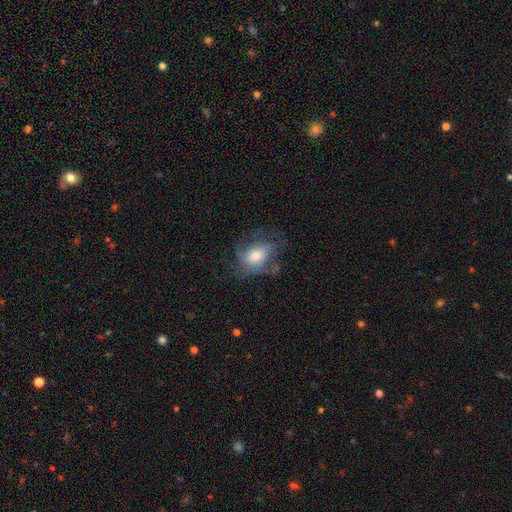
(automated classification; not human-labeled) smooth-or-featured: featured or disk: 49% | smooth: 41% | star or artifact: 10%
  merging: none: 50% | minor disturbance: 25% | major disturbance: 23% | merger: 2%